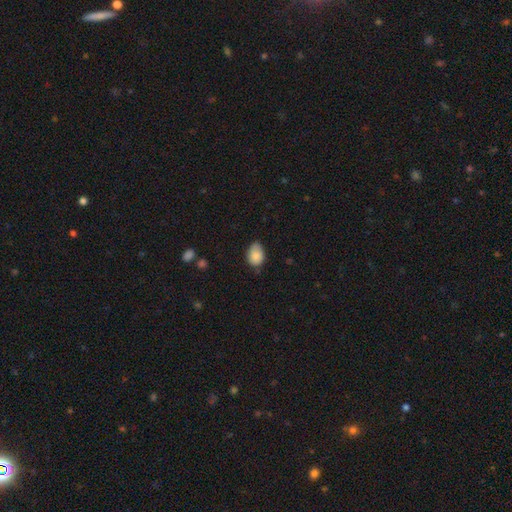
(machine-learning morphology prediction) Q: Smooth or featured?
A: smooth (86%); runner-up: star or artifact (8%)
Q: How rounded?
A: in between (75%); runner-up: round (24%)
Q: Merging?
A: none (61%); runner-up: minor disturbance (32%)